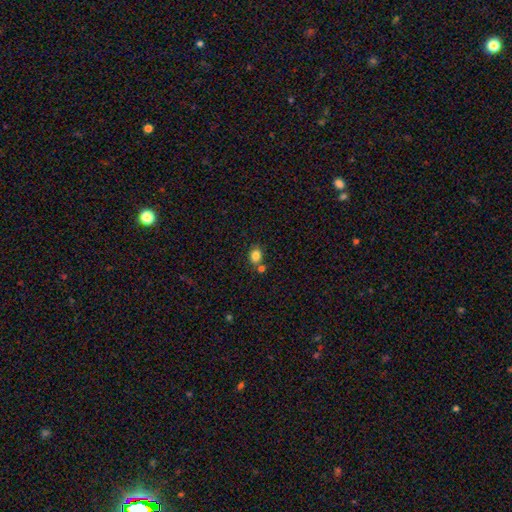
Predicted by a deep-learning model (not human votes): Q: Smooth or featured?
A: smooth (83%); runner-up: star or artifact (10%)
Q: How rounded?
A: in between (55%); runner-up: round (44%)
Q: Merging?
A: none (67%); runner-up: merger (17%)